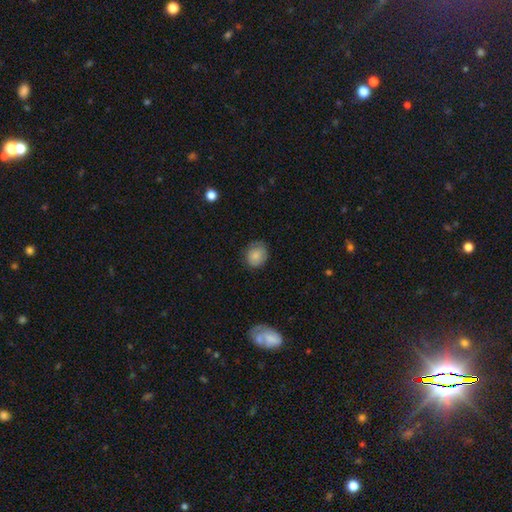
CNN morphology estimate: A smooth galaxy with no disk features (81%) that is round (68%). Merging: none (76%).